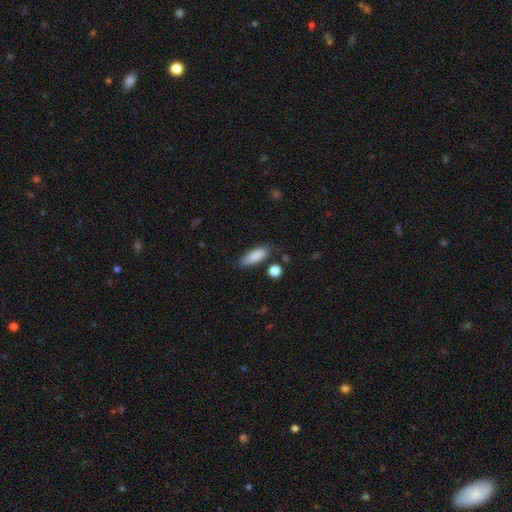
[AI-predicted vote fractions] Smooth or featured? Predicted: smooth (p=0.86). How rounded? Predicted: in between (p=0.69). Merging? Predicted: none (p=0.73).